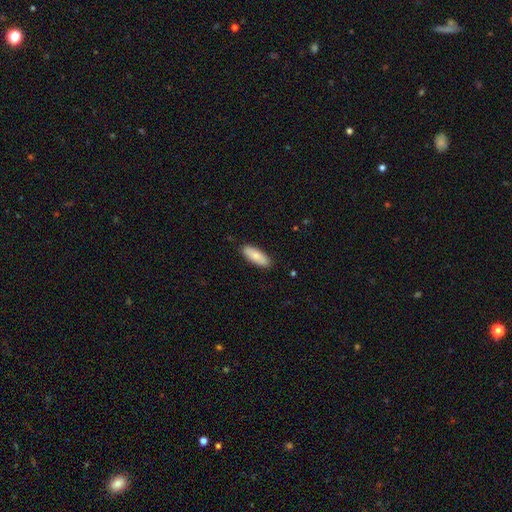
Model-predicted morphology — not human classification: Q: Smooth or featured?
A: smooth (78%); runner-up: featured or disk (16%)
Q: How rounded?
A: in between (68%); runner-up: cigar-shaped (30%)
Q: Merging?
A: none (88%); runner-up: minor disturbance (9%)